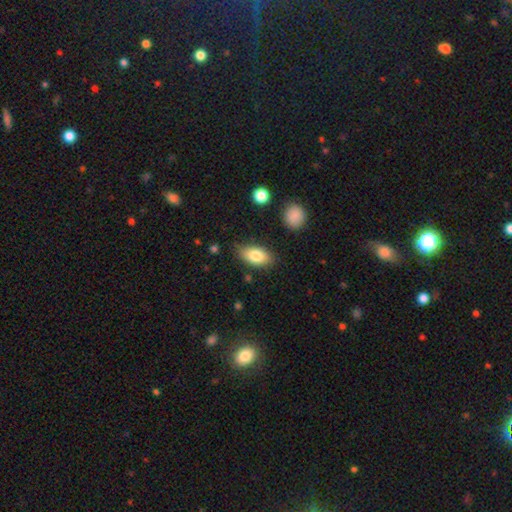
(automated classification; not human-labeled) Smooth or featured: smooth — 80% (featured or disk — 13%)
How rounded: in between — 91% (round — 5%)
Merging: none — 81% (minor disturbance — 14%)